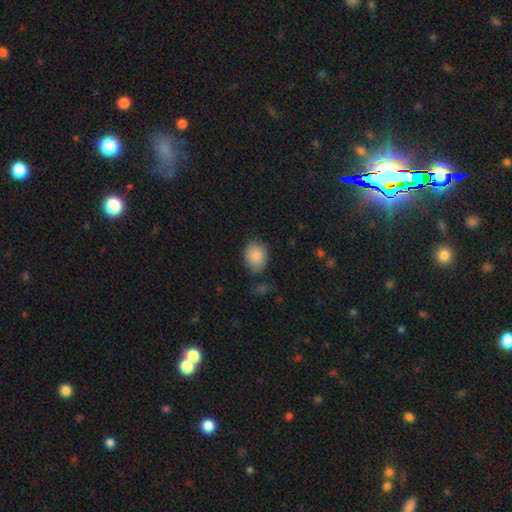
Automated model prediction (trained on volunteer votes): A smooth galaxy with no disk features (86%) that is round (54%). Merging: none (75%).